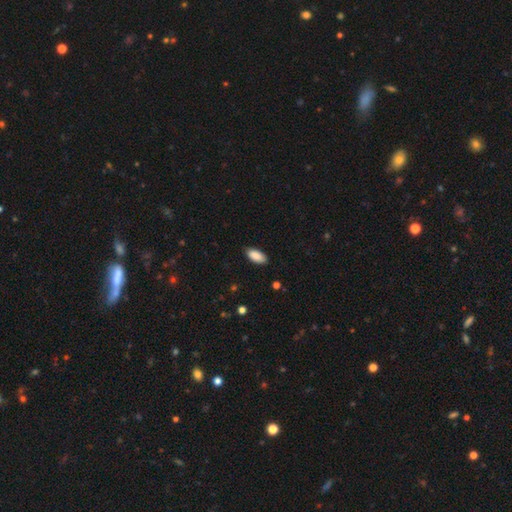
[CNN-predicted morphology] The model was most divided on "merging": none: 86%, minor disturbance: 11%, major disturbance: 2%, merger: 1%. More confident: how rounded — in between (92%); smooth or featured — smooth (90%).